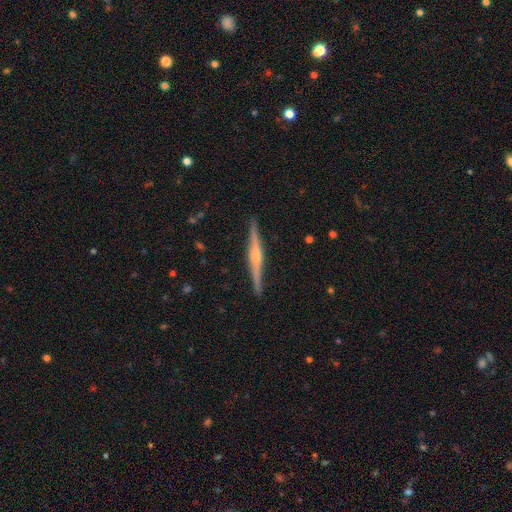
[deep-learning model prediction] smooth-or-featured: featured or disk: 78% | smooth: 16% | star or artifact: 6%
  disk-edge-on: yes: 98% | no: 2%
    edge-on-bulge: rounded: 68% | boxy: 19% | none: 13%
  merging: none: 91% | minor disturbance: 6% | major disturbance: 1% | merger: 1%